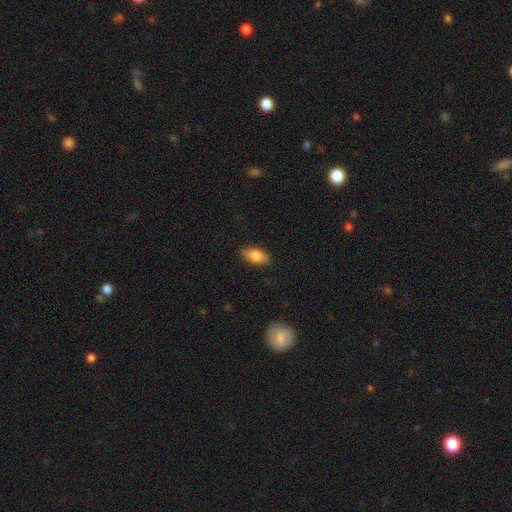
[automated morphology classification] A smooth galaxy with no disk features (83%) that is in between round and cigar-shaped (91%). Merging: none (88%).